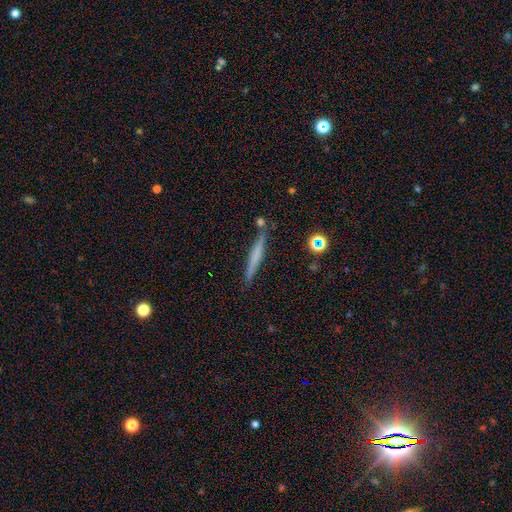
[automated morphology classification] smooth 49%, featured or disk 43%, star or artifact 8%. Down the decision tree: merging — none (85%).